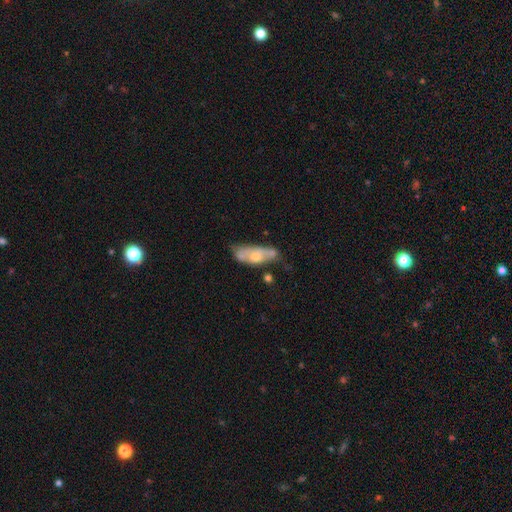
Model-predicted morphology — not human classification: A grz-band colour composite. It shows a featured or disk galaxy (51%). Merging: none (42%).